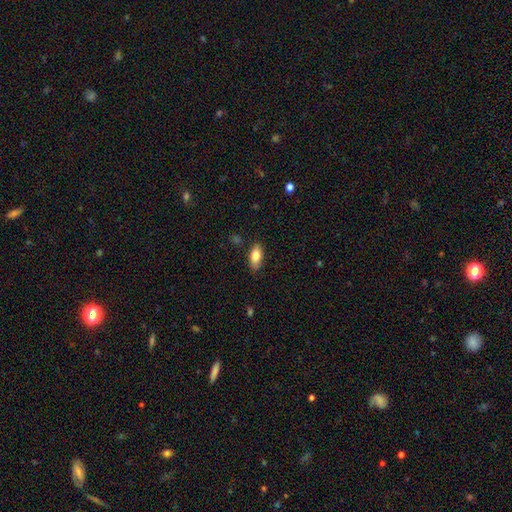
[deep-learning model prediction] smooth-or-featured: smooth: 81% | featured or disk: 12% | star or artifact: 7%
  how-rounded: in between: 88% | cigar-shaped: 8% | round: 3%
  merging: none: 83% | minor disturbance: 13% | major disturbance: 2% | merger: 1%